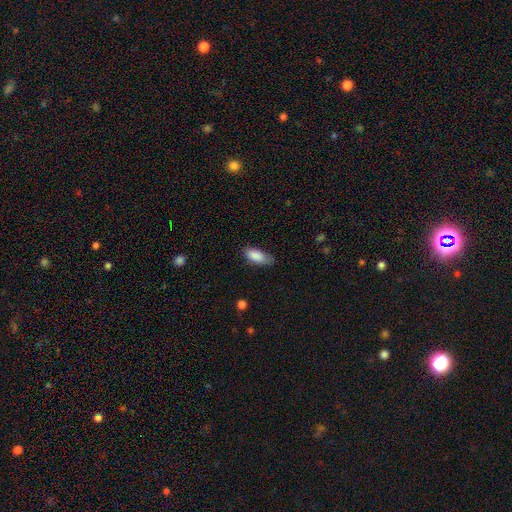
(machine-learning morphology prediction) smooth-or-featured: smooth: 86% | featured or disk: 7% | star or artifact: 7%
  how-rounded: in between: 84% | cigar-shaped: 14% | round: 2%
  merging: none: 61% | minor disturbance: 31% | major disturbance: 7% | merger: 2%